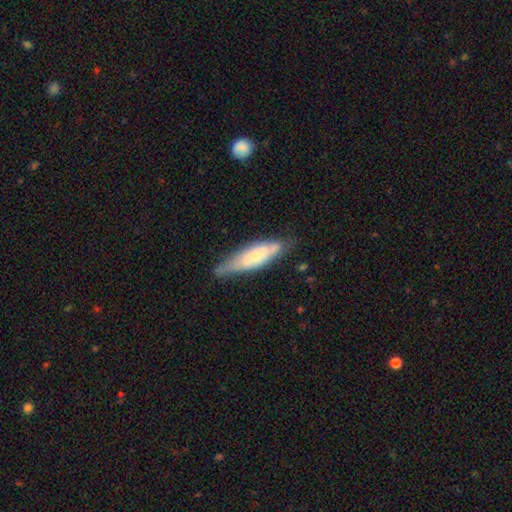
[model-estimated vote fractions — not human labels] The model was most divided on "smooth or featured": smooth: 54%, featured or disk: 40%, star or artifact: 6%. More confident: how rounded — cigar-shaped (62%); merging — none (62%).